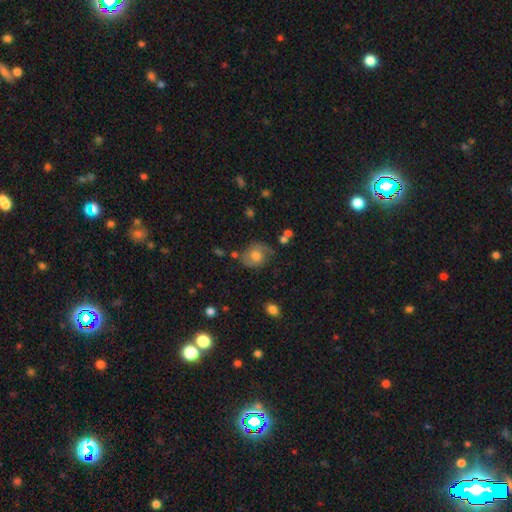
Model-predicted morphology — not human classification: This appears to be a smooth galaxy with no disk features (50%) that is round (61%). Merging: none (63%).